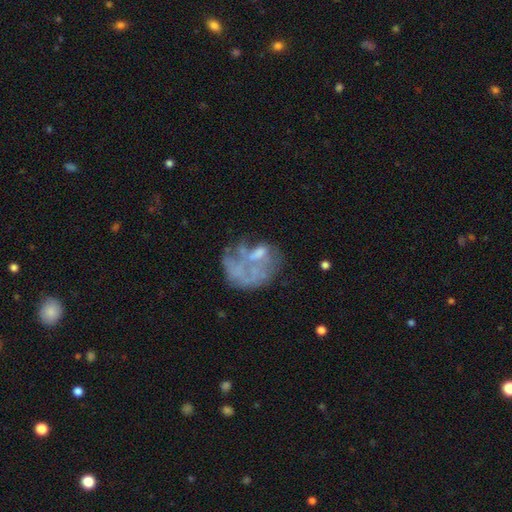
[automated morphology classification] A featured or disk galaxy (61%) with no bar (89%), no spiral arms (87%) and no central bulge (69%).

Vote fractions:
- Smooth or featured? featured or disk: 61% / smooth: 26% / star or artifact: 13%
- Edge-on disk? no: 98% / yes: 2%
- Bar? no: 89% / weak: 9% / strong: 3%
- Spiral arms? no: 87% / yes: 13%
- Bulge size? none: 69% / moderate: 15% / small: 12% / large: 3% / dominant: 1%
- Merging? major disturbance: 35% / none: 33% / merger: 16% / minor disturbance: 16%